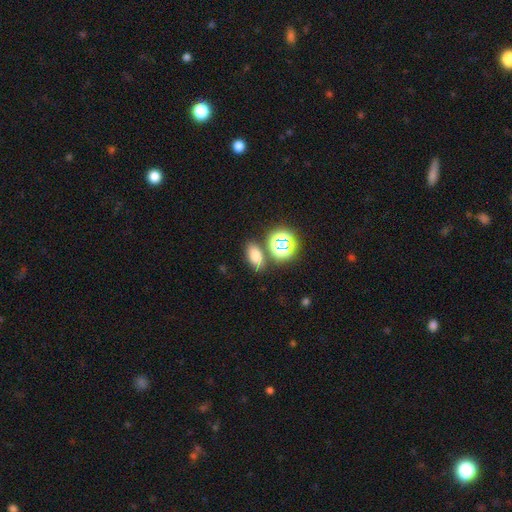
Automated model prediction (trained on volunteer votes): Q: Smooth or featured?
A: smooth (68%); runner-up: star or artifact (22%)
Q: How rounded?
A: in between (80%); runner-up: round (17%)
Q: Merging?
A: none (74%); runner-up: merger (12%)